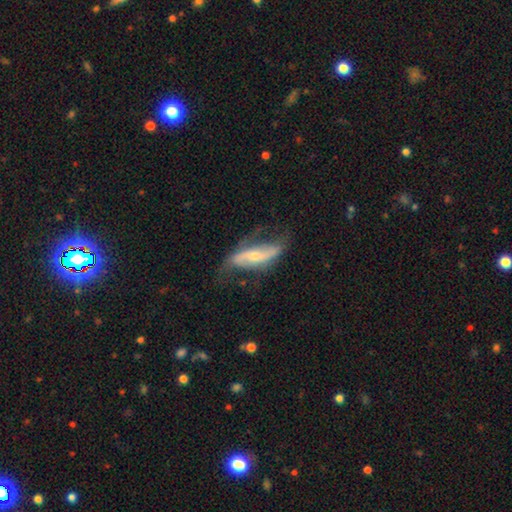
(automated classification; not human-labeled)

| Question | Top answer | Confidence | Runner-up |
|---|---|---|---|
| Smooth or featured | featured or disk | 76% | smooth (18%) |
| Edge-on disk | no | 80% | yes (20%) |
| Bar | strong | 40% | no (35%) |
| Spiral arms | yes | 86% | no (14%) |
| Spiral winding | loose | 73% | medium (18%) |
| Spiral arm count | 2 | 87% | can't tell (7%) |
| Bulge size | small | 64% | moderate (30%) |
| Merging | none | 56% | minor disturbance (26%) |